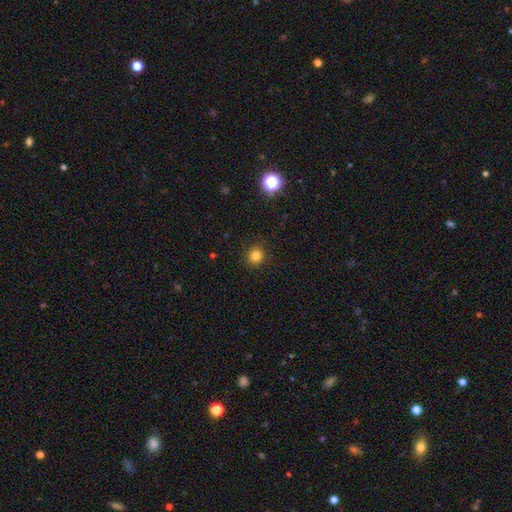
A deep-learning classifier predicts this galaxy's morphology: Smooth or featured? smooth (81%)
How rounded? round (90%)
Merging? none (90%)